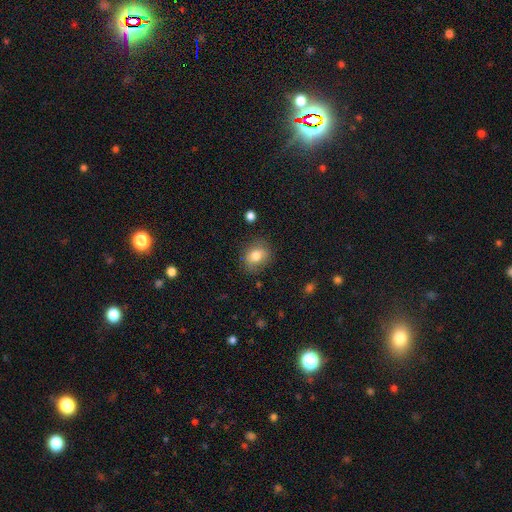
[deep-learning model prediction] Q: Smooth or featured?
A: smooth (77%); runner-up: featured or disk (13%)
Q: How rounded?
A: round (53%); runner-up: in between (46%)
Q: Merging?
A: none (77%); runner-up: minor disturbance (17%)